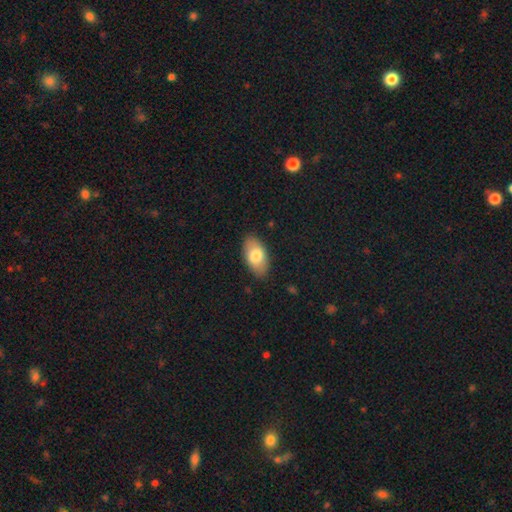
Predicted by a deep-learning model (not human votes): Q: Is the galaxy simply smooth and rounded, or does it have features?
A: smooth — 76%.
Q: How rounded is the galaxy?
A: in between — 94%.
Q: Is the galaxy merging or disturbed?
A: none — 86%.